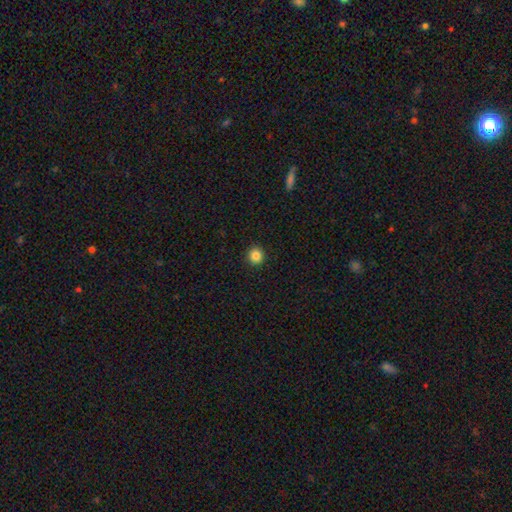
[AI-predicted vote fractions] This is clearly a smooth galaxy (84%). How rounded: clearly round (92%). Merging: clearly none (93%).